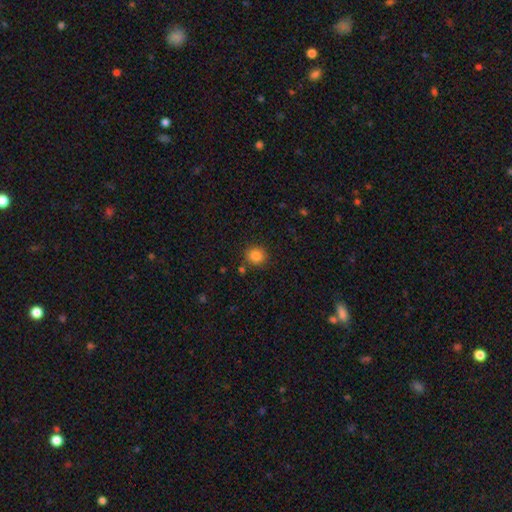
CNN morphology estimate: Smooth or featured: smooth — 85% (star or artifact — 11%)
How rounded: round — 88% (in between — 11%)
Merging: none — 86% (minor disturbance — 8%)